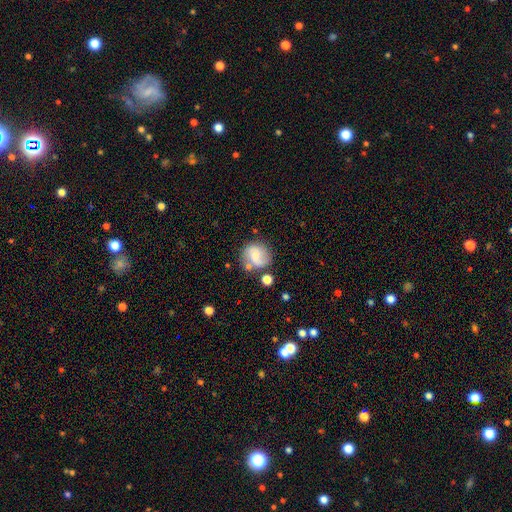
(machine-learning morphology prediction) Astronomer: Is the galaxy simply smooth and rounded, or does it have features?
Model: featured or disk — 52% (runner-up: smooth, 39%).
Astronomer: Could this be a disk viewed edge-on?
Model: no — 98%.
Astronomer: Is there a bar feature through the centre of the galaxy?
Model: no — 50% (runner-up: weak, 40%).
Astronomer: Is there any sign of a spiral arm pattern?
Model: yes — 86%.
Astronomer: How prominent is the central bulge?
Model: small — 44% (runner-up: moderate, 38%).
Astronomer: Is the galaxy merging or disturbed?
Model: none — 64%.